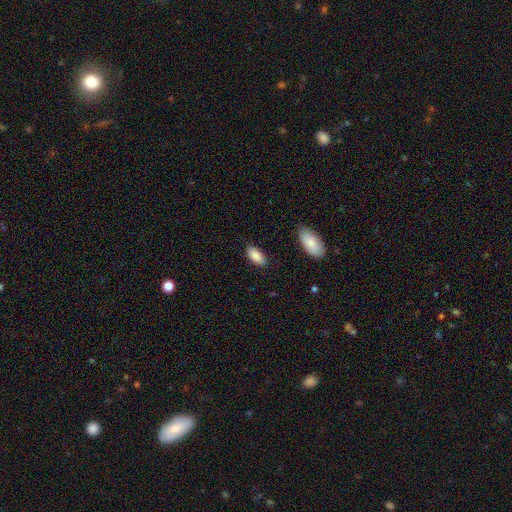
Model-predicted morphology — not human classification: Smooth or featured? Predicted: smooth (p=0.88). How rounded? Predicted: in between (p=0.92). Merging? Predicted: none (p=0.85).